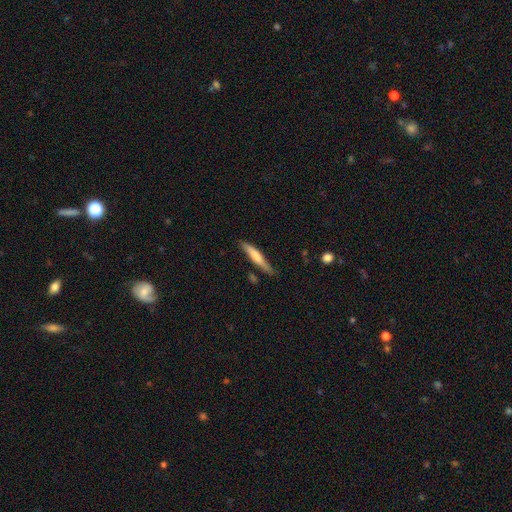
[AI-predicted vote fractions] The model was most divided on "smooth or featured": smooth: 61%, featured or disk: 33%, star or artifact: 5%. More confident: how rounded — cigar-shaped (91%); merging — none (77%).